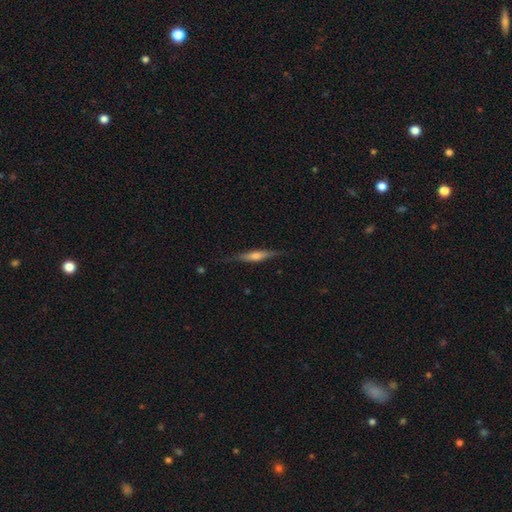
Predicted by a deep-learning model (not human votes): Overall: featured or disk (56%; smooth 38%). Edge-on disk: yes (95%). Edge-on bulge: rounded (72%). Merging: none (82%).